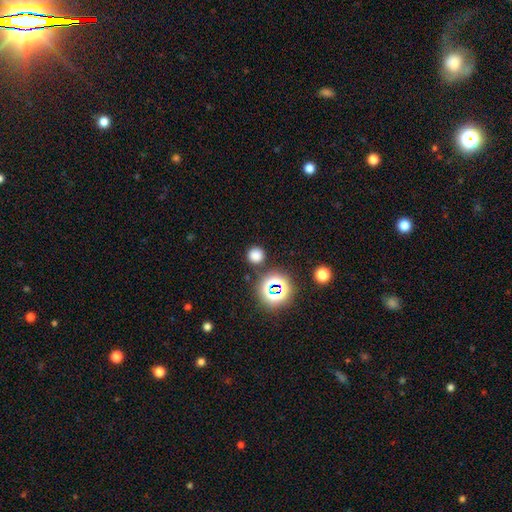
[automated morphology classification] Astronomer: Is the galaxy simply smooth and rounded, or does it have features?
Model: smooth — 73%.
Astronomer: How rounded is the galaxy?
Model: round — 93%.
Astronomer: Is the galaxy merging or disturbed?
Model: none — 86%.